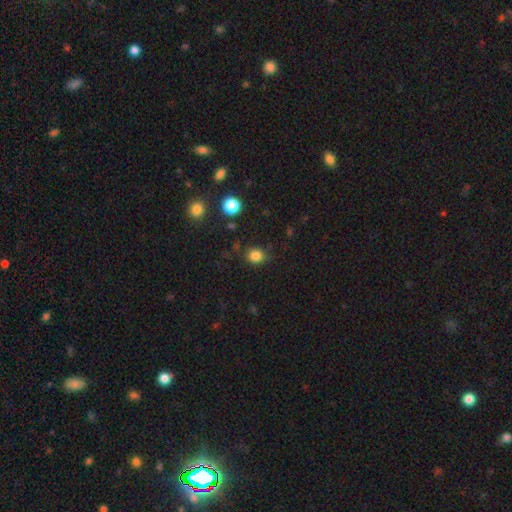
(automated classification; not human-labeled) smooth-or-featured: smooth: 83% | star or artifact: 13% | featured or disk: 4%
  how-rounded: round: 81% | in between: 18% | cigar-shaped: 1%
  merging: none: 79% | minor disturbance: 15% | major disturbance: 4% | merger: 2%